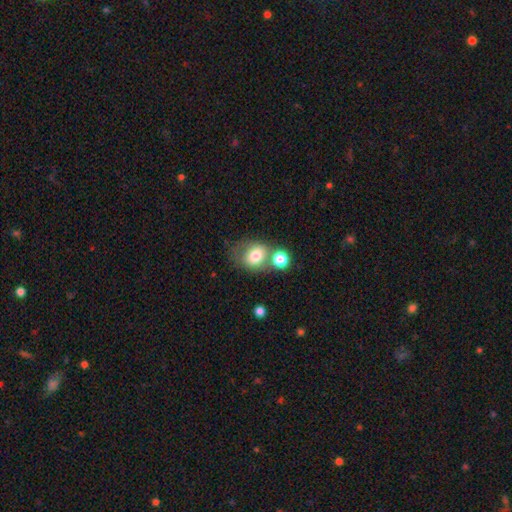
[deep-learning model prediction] Q: Smooth or featured?
A: smooth (73%); runner-up: featured or disk (17%)
Q: How rounded?
A: round (54%); runner-up: in between (45%)
Q: Merging?
A: none (42%); runner-up: merger (34%)